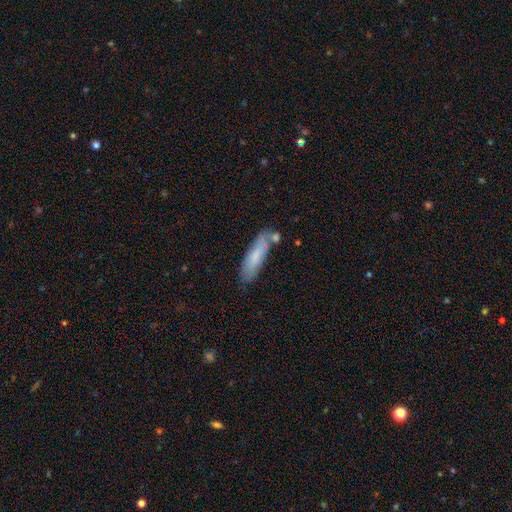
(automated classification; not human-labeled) The model was most divided on "how rounded": cigar-shaped: 68%, in between: 31%, round: 2%. More confident: smooth or featured — smooth (72%); merging — none (68%).